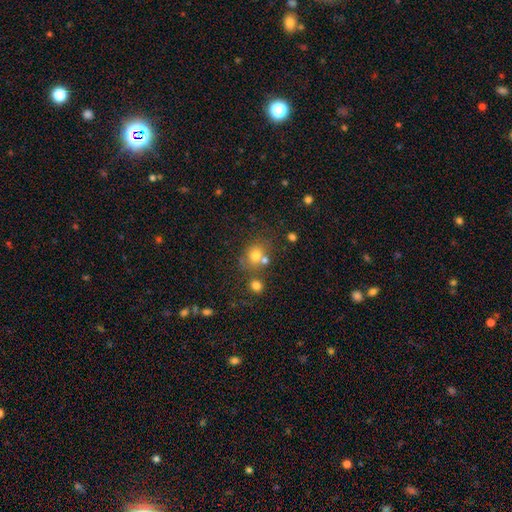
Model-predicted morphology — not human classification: Smooth or featured: smooth — 72% (star or artifact — 16%)
How rounded: round — 68% (in between — 31%)
Merging: none — 55% (merger — 26%)